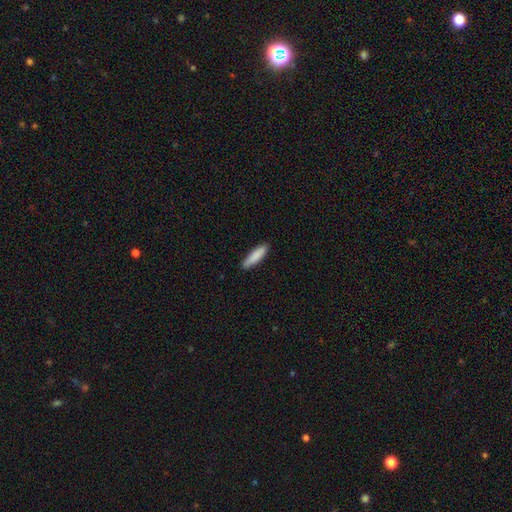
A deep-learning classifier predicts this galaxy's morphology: Overall: smooth (86%). How rounded: cigar-shaped (71%). Merging: none (85%).